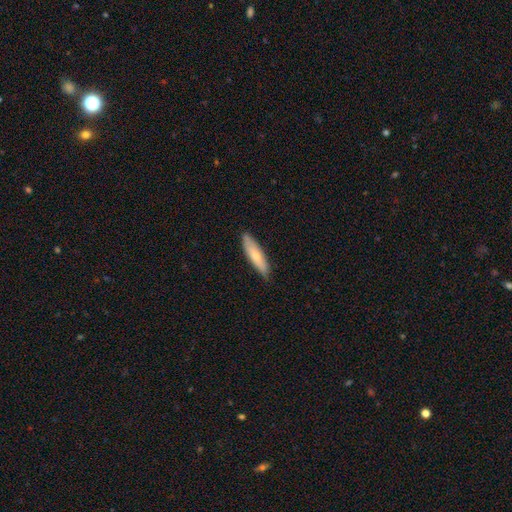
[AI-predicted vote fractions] Smooth or featured? smooth (66%)
How rounded? cigar-shaped (68%)
Merging? none (82%)